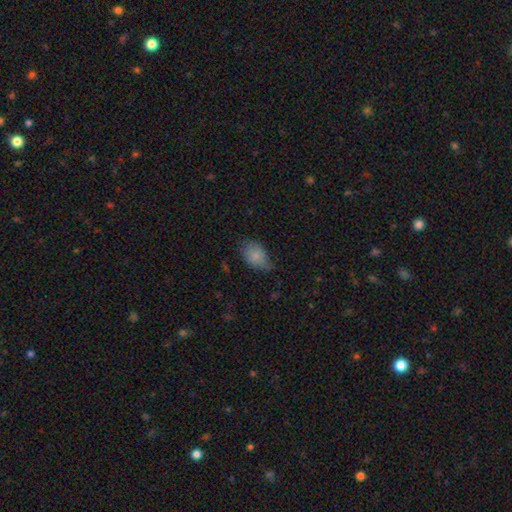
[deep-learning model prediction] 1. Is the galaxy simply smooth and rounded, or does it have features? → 81% smooth, 11% featured or disk, 8% star or artifact.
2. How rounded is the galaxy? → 86% in between, 12% round, 1% cigar-shaped.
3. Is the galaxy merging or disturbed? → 47% none, 41% minor disturbance, 10% major disturbance, 2% merger.